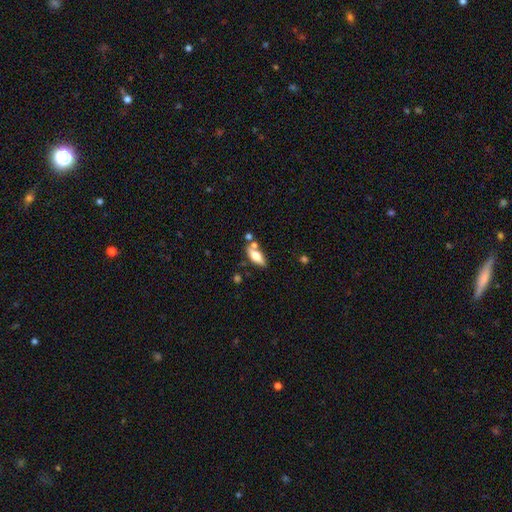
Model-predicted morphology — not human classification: This appears to be a smooth galaxy with no disk features (61%) that is in between round and cigar-shaped (72%). Merging: none (63%).